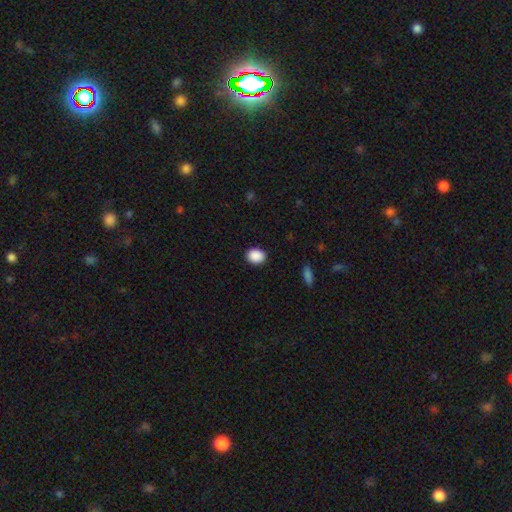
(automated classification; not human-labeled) A smooth galaxy with no disk features (90%) that is in between round and cigar-shaped (51%). Merging: none (90%).